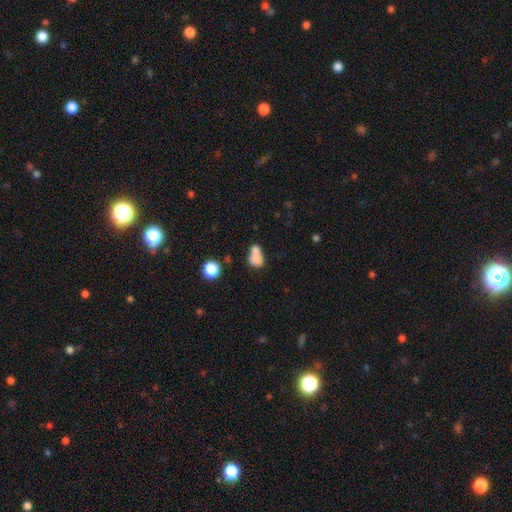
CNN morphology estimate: smooth 75%, featured or disk 13%, star or artifact 12%. Down the decision tree: how rounded — in between (77%); merging — merger (37%).